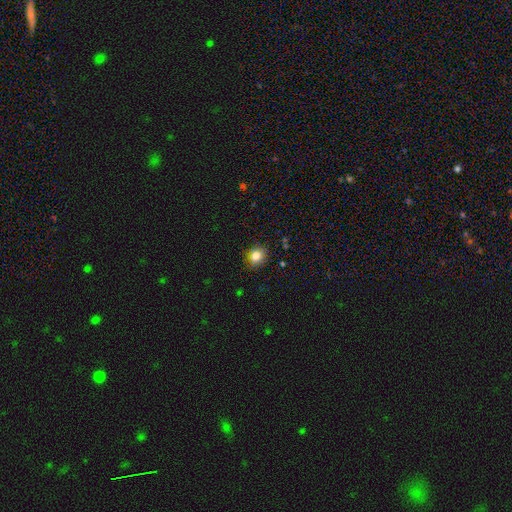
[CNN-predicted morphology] A smooth galaxy with no disk features (83%) that is round (63%). Merging: none (84%).